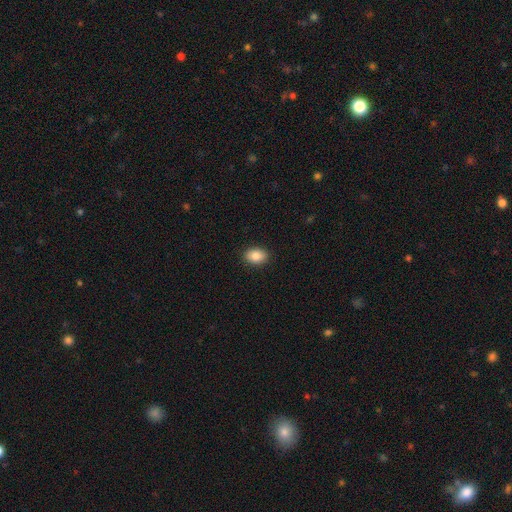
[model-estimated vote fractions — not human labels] smooth_or_featured: smooth (p=0.85) [alt: star or artifact p=0.08]
how_rounded: in between (p=0.78) [alt: round p=0.21]
merging: none (p=0.90) [alt: minor disturbance p=0.07]